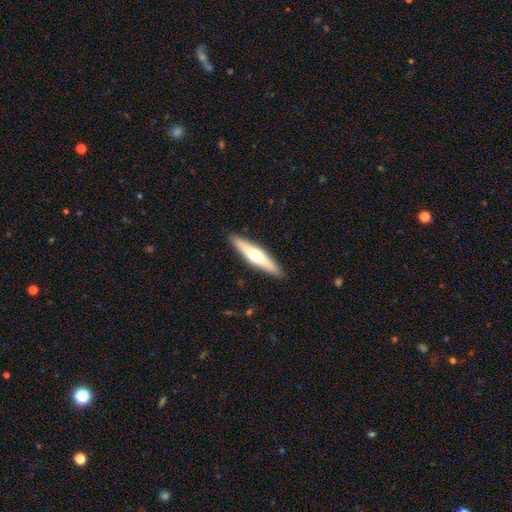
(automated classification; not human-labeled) Q: Smooth or featured?
A: smooth (48%); runner-up: featured or disk (47%)
Q: Merging?
A: none (90%); runner-up: minor disturbance (8%)